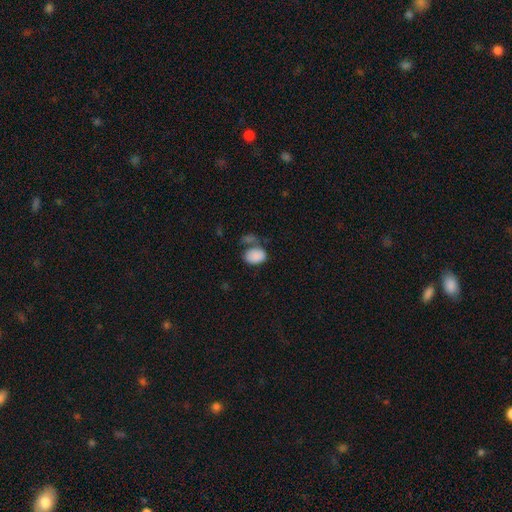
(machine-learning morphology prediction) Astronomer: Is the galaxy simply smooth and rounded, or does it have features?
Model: smooth — 85%.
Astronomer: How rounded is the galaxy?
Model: in between — 81%.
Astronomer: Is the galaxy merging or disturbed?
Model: none — 42% (runner-up: merger, 24%).